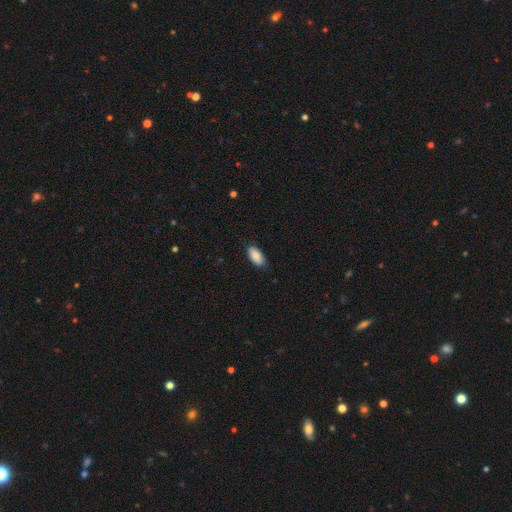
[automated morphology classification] Smooth or featured: smooth — 85% (featured or disk — 8%)
How rounded: in between — 93% (cigar-shaped — 5%)
Merging: none — 81% (minor disturbance — 16%)